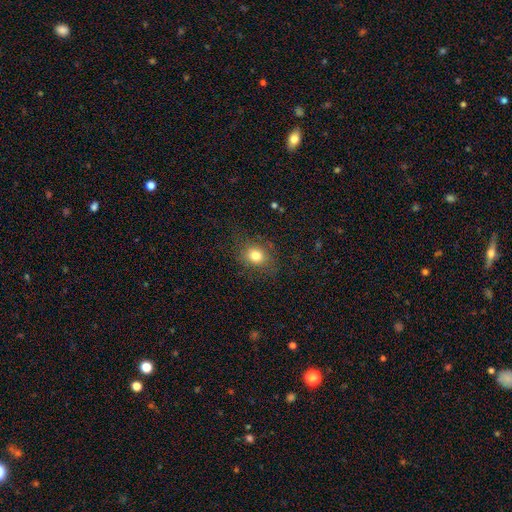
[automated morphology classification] The model was most divided on "how rounded": round: 60%, in between: 39%, cigar-shaped: 1%. More confident: smooth or featured — smooth (79%); merging — none (77%).